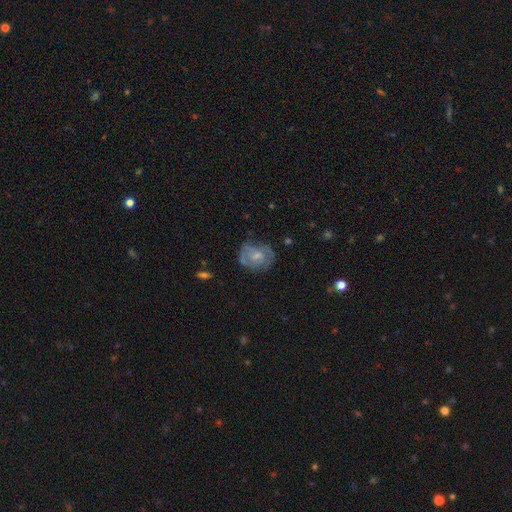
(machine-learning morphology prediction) smooth-or-featured: featured or disk: 67% | smooth: 26% | star or artifact: 7%
  disk-edge-on: no: 97% | yes: 3%
    bar: no: 59% | weak: 35% | strong: 6%
    has-spiral-arms: yes: 79% | no: 21%
      spiral-winding: tight: 49% | medium: 38% | loose: 12%
      spiral-arm-count: 2: 51% | can't tell: 29% | 3: 9% | 1: 6% | 4: 3% | more than 4: 2%
    bulge-size: small: 44% | moderate: 38% | none: 13% | large: 4% | dominant: 1%
  merging: none: 62% | minor disturbance: 23% | major disturbance: 12% | merger: 2%